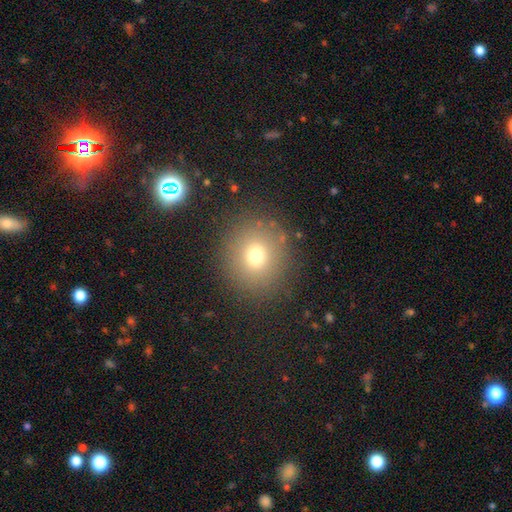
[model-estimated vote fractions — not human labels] This appears to be a smooth galaxy with no disk features (72%) that is round (89%). Merging: none (87%).